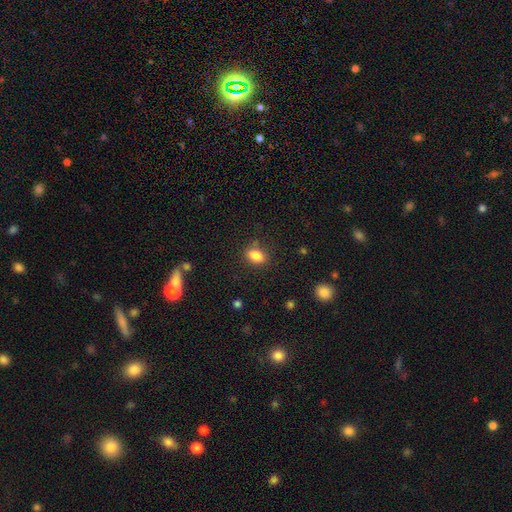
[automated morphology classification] Smooth or featured? smooth (85%)
How rounded? in between (84%)
Merging? none (81%)